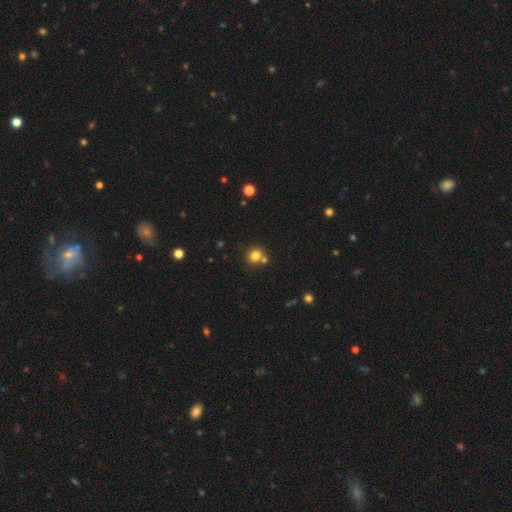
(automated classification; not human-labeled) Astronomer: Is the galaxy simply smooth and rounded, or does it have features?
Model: smooth — 79%.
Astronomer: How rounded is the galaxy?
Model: round — 87%.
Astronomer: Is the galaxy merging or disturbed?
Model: none — 65%.